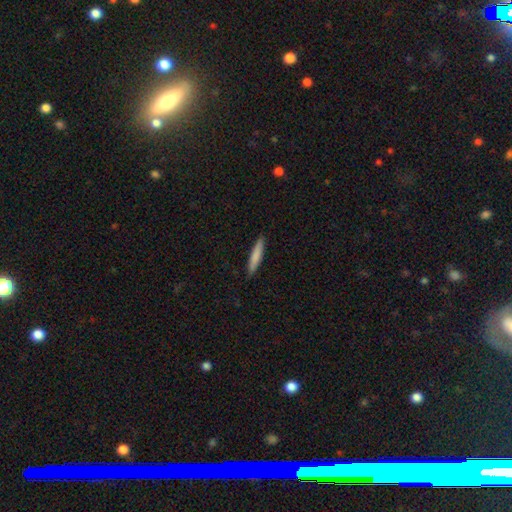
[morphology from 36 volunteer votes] smooth_or_featured: smooth (p=0.83) [alt: featured or disk p=0.11]
how_rounded: cigar-shaped (p=0.97) [alt: in between p=0.03]
merging: none (p=0.88) [alt: minor disturbance p=0.09]